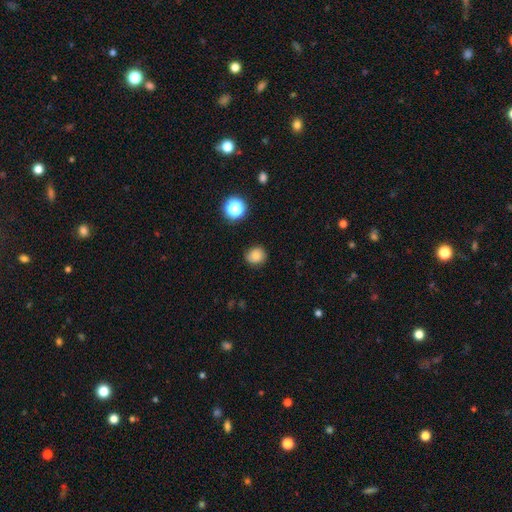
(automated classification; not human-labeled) Smooth or featured: smooth — 76% (star or artifact — 13%)
How rounded: round — 80% (in between — 19%)
Merging: none — 79% (minor disturbance — 16%)